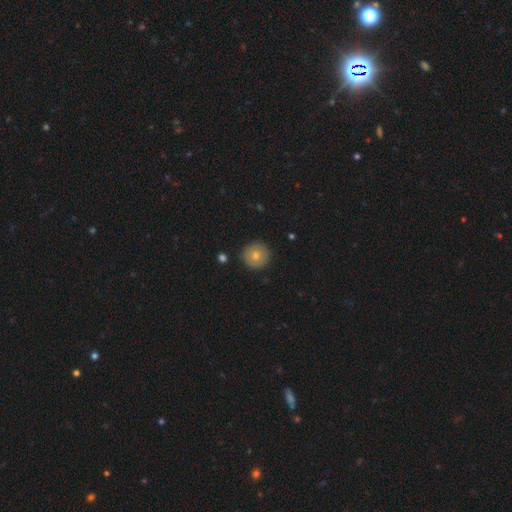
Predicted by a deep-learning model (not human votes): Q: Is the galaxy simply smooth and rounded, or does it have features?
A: smooth — 76%.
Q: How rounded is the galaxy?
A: round — 95%.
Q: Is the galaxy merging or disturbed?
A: none — 90%.